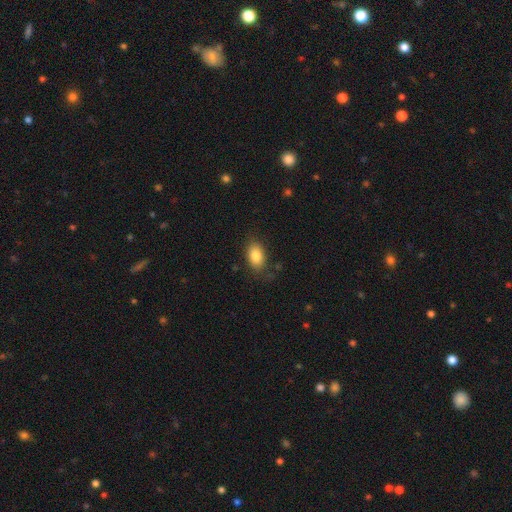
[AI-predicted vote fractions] This appears to be a smooth galaxy with no disk features (84%) that is in between round and cigar-shaped (89%). Merging: none (78%).